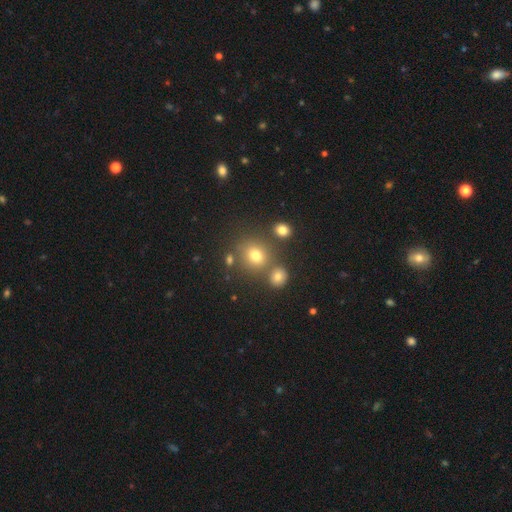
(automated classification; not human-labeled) Smooth or featured? smooth (71%)
How rounded? round (82%)
Merging? none (70%)